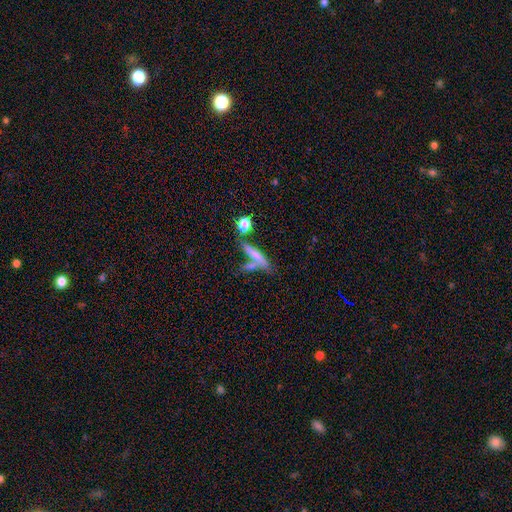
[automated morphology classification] Smooth or featured? smooth (61%)
How rounded? cigar-shaped (81%)
Merging? none (50%)